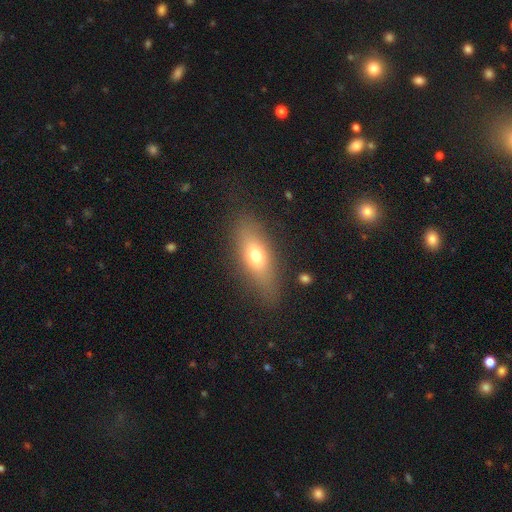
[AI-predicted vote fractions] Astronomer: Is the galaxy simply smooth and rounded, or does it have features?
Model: smooth — 67%.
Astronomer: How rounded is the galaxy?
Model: in between — 68%.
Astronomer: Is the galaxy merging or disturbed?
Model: none — 81%.